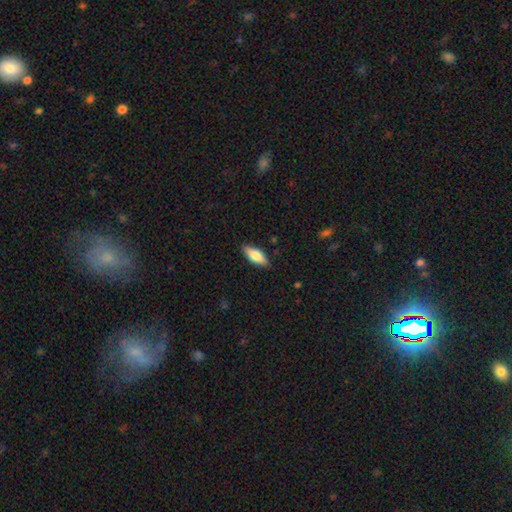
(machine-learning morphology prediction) smooth_or_featured: smooth (p=0.73) [alt: featured or disk p=0.21]
how_rounded: in between (p=0.72) [alt: cigar-shaped p=0.25]
merging: none (p=0.87) [alt: minor disturbance p=0.10]